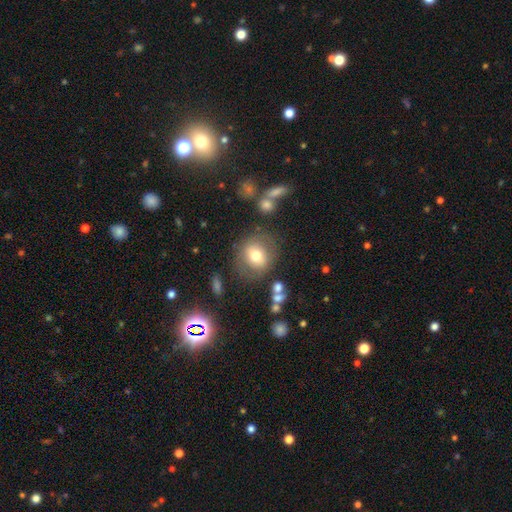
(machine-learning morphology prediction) type=smooth (64%); roundness=round (75%); merging=none (73%).